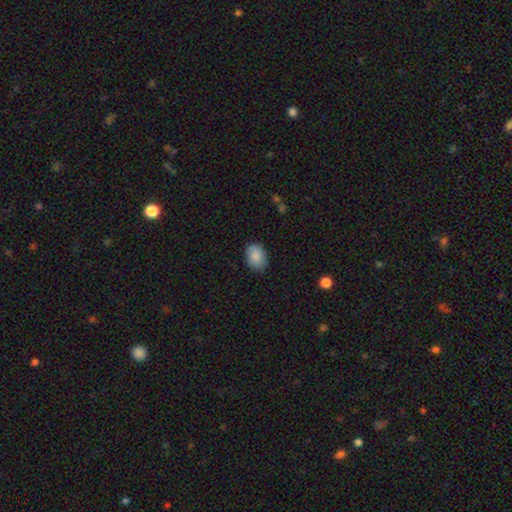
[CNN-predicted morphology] smooth 88%, star or artifact 7%, featured or disk 5%. Down the decision tree: how rounded — in between (81%); merging — none (81%).